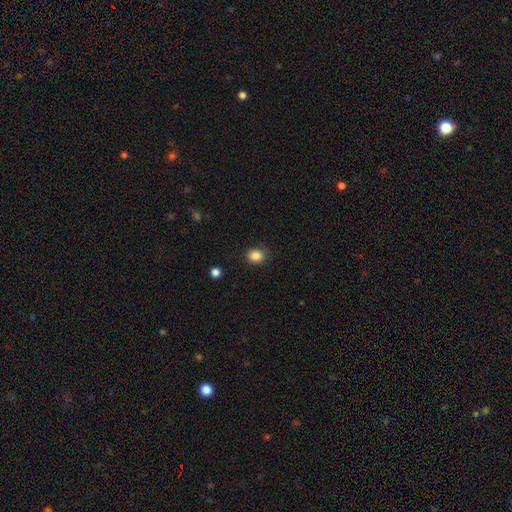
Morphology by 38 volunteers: Smooth or featured? 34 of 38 (89%) said smooth. How rounded? 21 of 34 (62%) said round. Merging? 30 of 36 (83%) said none.